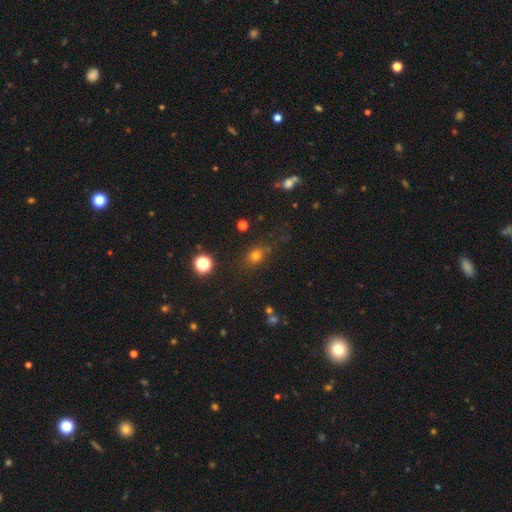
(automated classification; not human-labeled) Smooth or featured? smooth (71%)
How rounded? round (50%)
Merging? none (77%)